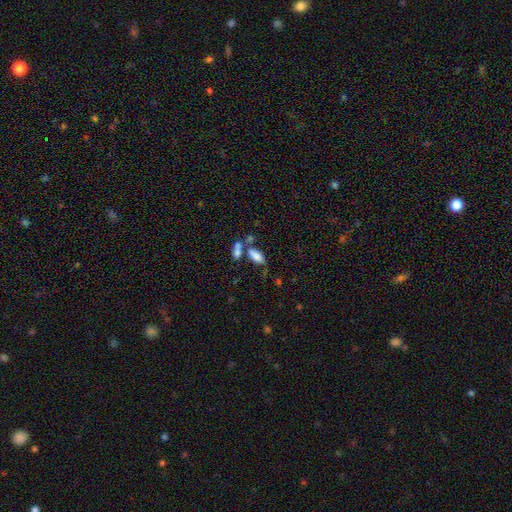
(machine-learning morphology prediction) Smooth or featured: smooth — 79% (featured or disk — 12%)
How rounded: in between — 85% (cigar-shaped — 12%)
Merging: none — 44% (merger — 35%)